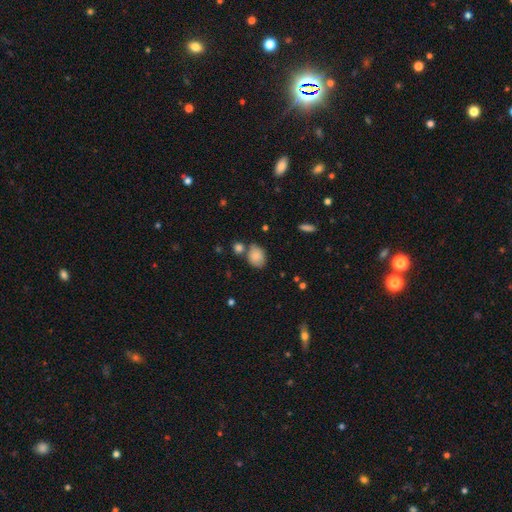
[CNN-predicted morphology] This appears to be a smooth galaxy with no disk features (84%) that is in between round and cigar-shaped (63%). Merging: none (62%).